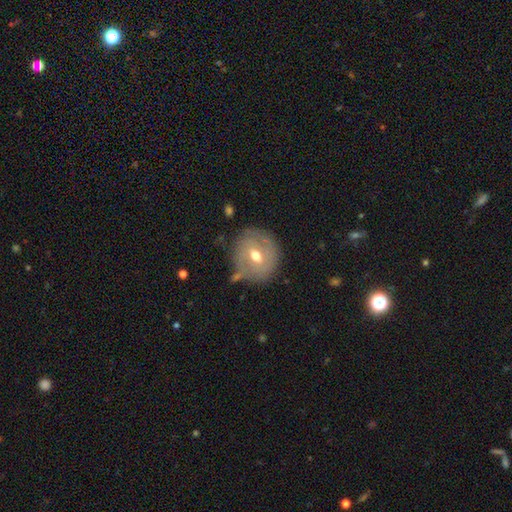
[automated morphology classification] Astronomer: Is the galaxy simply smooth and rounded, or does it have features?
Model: featured or disk — 57% (runner-up: smooth, 36%).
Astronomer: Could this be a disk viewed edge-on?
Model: no — 95%.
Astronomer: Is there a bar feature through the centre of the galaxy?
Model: weak — 51% (runner-up: no, 35%).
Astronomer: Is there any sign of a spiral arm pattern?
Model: yes — 60% (runner-up: no, 40%).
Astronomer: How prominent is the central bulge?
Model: moderate — 75%.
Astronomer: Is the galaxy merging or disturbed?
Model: none — 75%.